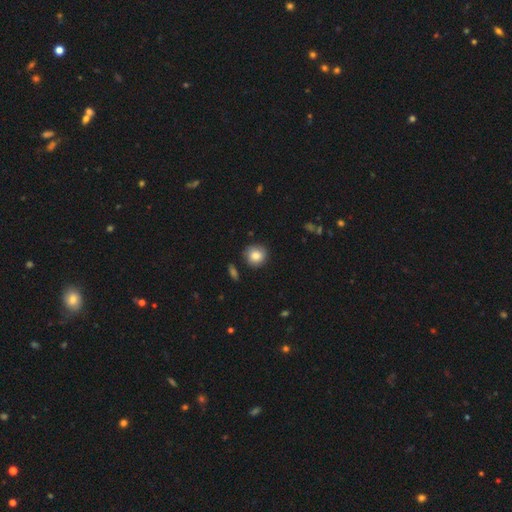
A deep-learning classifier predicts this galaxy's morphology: This appears to be a smooth galaxy with no disk features (84%) that is round (90%). Merging: none (84%).